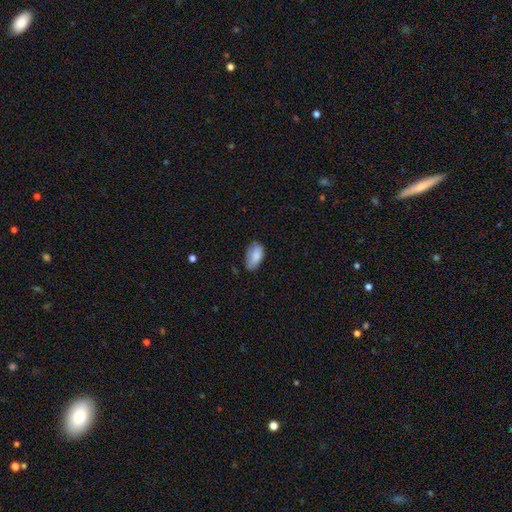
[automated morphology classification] smooth-or-featured: smooth: 81% | featured or disk: 12% | star or artifact: 7%
  how-rounded: in between: 93% | round: 4% | cigar-shaped: 2%
  merging: none: 62% | minor disturbance: 30% | major disturbance: 6% | merger: 2%